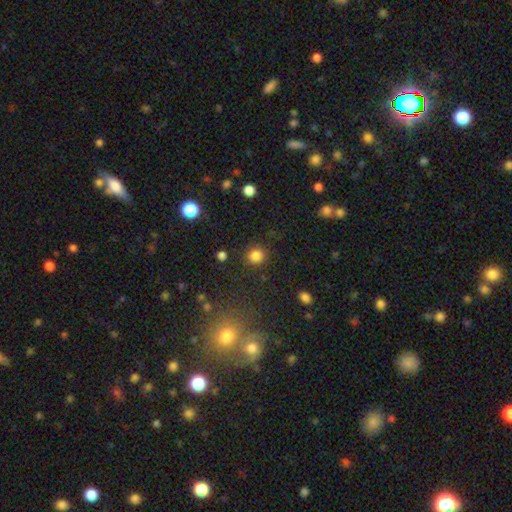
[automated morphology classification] Smooth or featured?
  - smooth: 83% *
  - star or artifact: 12%
  - featured or disk: 5%
How rounded?
  - round: 85% *
  - in between: 14%
  - cigar-shaped: 1%
Merging?
  - none: 87% *
  - minor disturbance: 8%
  - major disturbance: 3%
  - merger: 2%